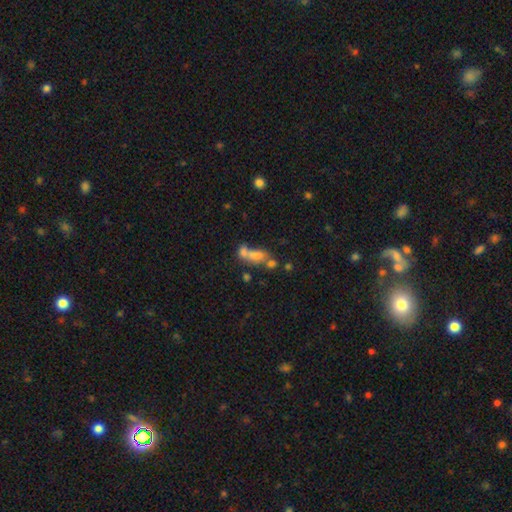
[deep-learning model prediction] Smooth or featured? smooth (59%)
How rounded? in between (74%)
Merging? merger (57%)